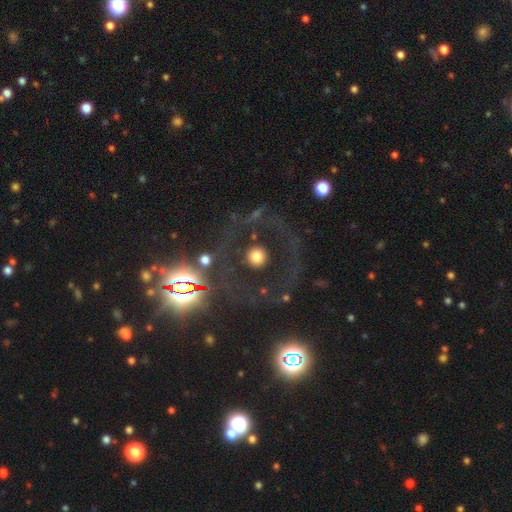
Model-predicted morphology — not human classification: Smooth or featured? Predicted: smooth (p=0.47). Merging? Predicted: none (p=0.73).